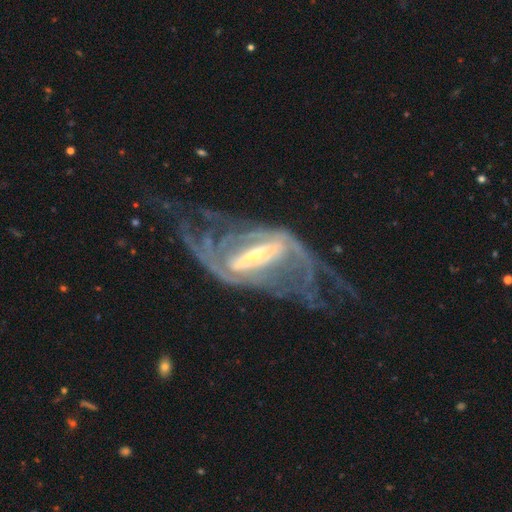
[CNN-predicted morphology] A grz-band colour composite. It shows a featured or disk galaxy (90%) with a strong bar (76%), 2 (70%) medium (39%) spiral arms (89%) and a small central bulge (54%). Merging: none (42%).